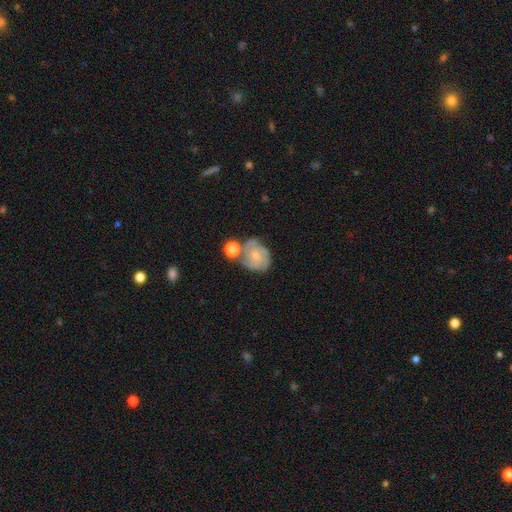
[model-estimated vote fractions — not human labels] The model was most divided on "spiral arm count": 3: 38%, 2: 24%, can't tell: 22%, 4: 8%, 1: 4%, more than 4: 4%. Remaining: edge-on disk — no (98%); spiral arms — yes (93%); smooth or featured — featured or disk (72%); bar — no (70%); bulge size — small (60%); spiral winding — tight (57%); merging — none (50%).